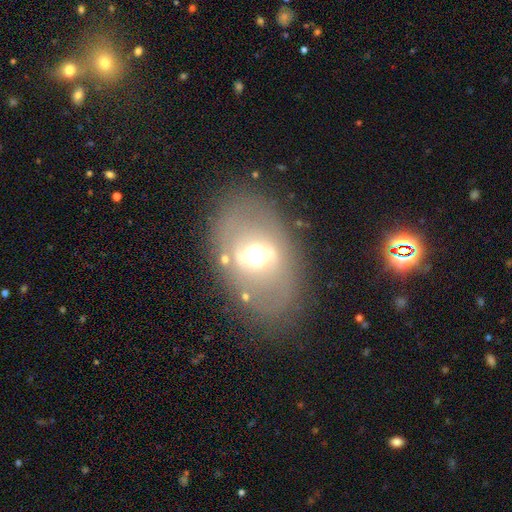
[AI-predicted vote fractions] This is possibly a featured or disk galaxy (55%). It is clearly not viewed edge-on (87%). Merging: likely none (76%).